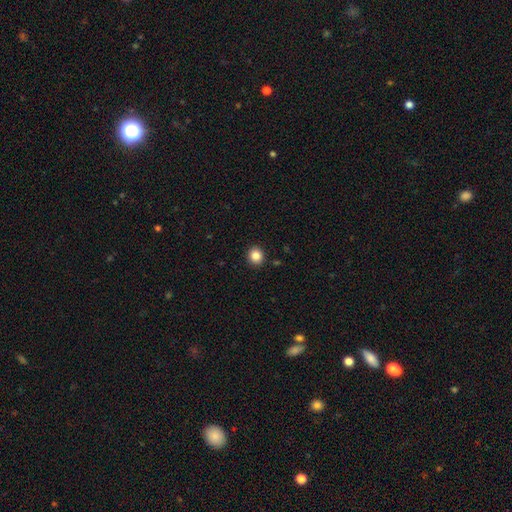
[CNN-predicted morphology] Overall: smooth (86%). How rounded: round (83%). Merging: none (92%).